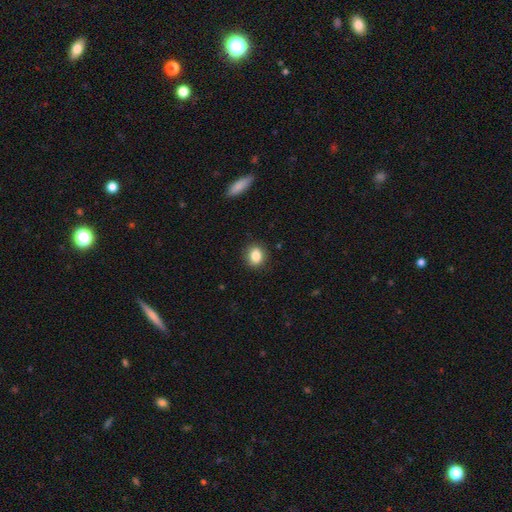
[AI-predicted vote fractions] This appears to be a smooth galaxy with no disk features (85%) that is round (58%). Merging: none (89%).